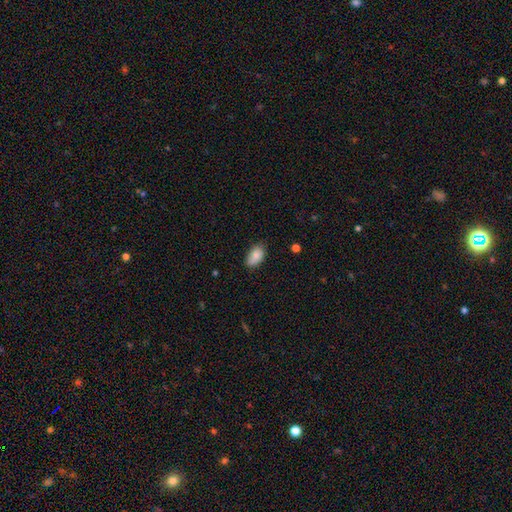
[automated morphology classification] This is clearly a smooth galaxy (85%). How rounded: clearly in between (92%). Merging: likely none (71%).